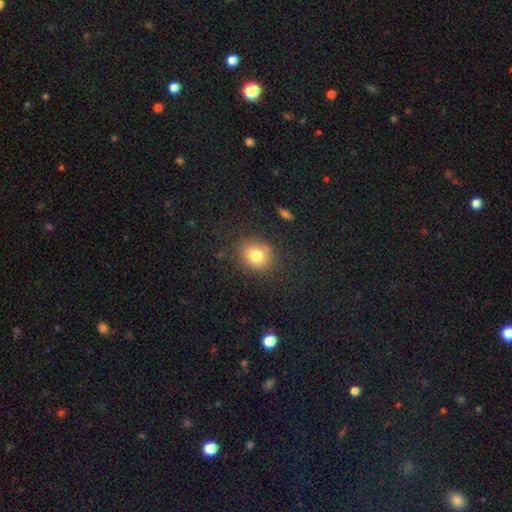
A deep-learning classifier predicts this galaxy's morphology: A smooth galaxy with no disk features (78%) that is round (72%).

Vote fractions:
- Smooth or featured? smooth: 78% / star or artifact: 12% / featured or disk: 10%
- How rounded? round: 72% / in between: 27% / cigar-shaped: 1%
- Merging? none: 79% / minor disturbance: 14% / major disturbance: 5% / merger: 2%